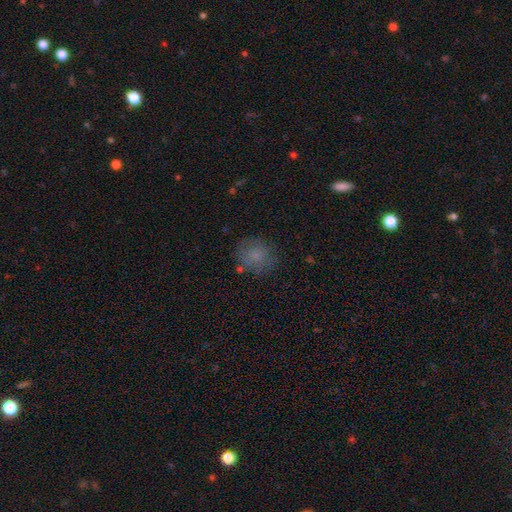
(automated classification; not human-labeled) Smooth or featured: smooth — 75% (featured or disk — 13%)
How rounded: round — 77% (in between — 22%)
Merging: none — 73% (minor disturbance — 17%)